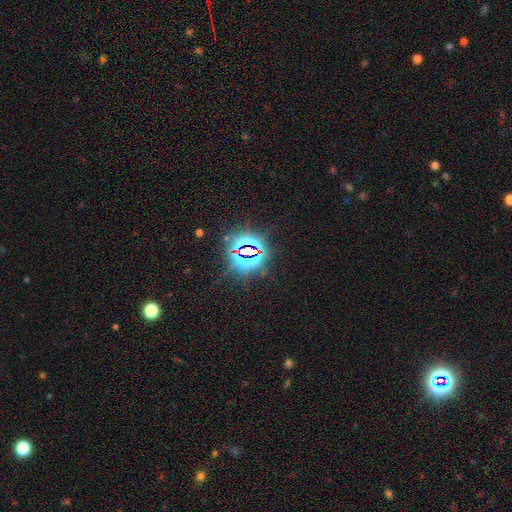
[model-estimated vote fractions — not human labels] Smooth or featured: star or artifact — 83% (smooth — 10%)